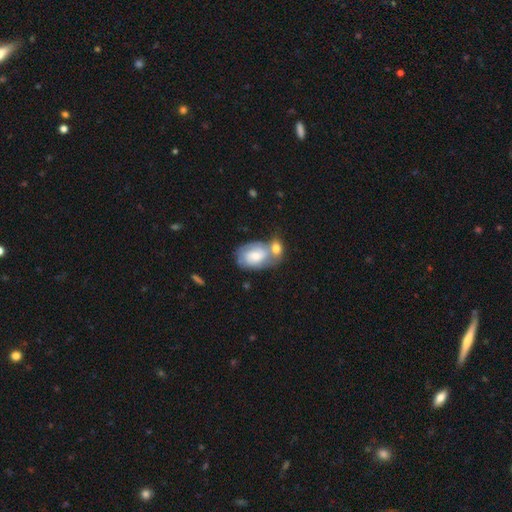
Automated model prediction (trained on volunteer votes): This appears to be a featured or disk galaxy (50%). Merging: merger (51%).